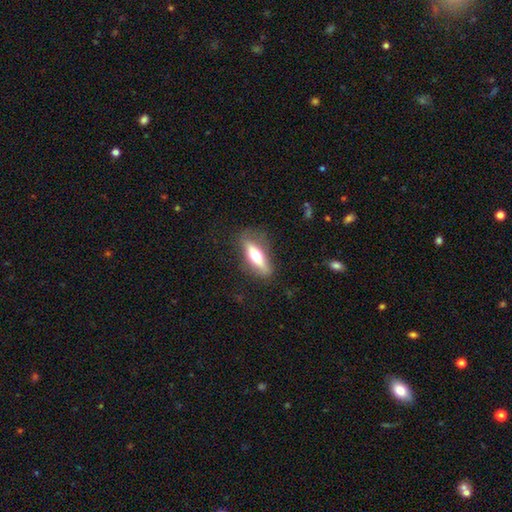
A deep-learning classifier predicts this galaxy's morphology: This appears to be a smooth galaxy with no disk features (51%) that is cigar-shaped (58%). Merging: none (80%).